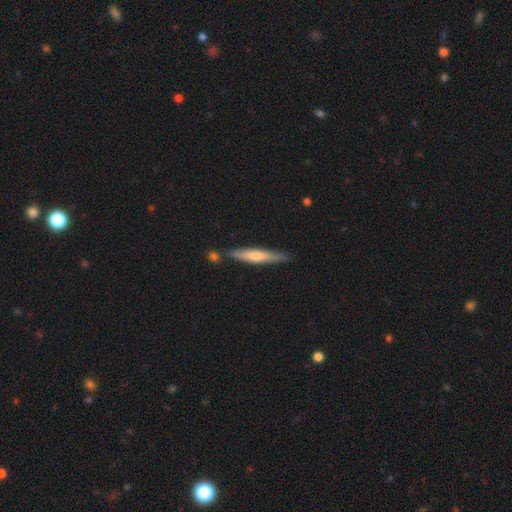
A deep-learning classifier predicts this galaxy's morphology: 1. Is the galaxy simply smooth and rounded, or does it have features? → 48% smooth, 45% featured or disk, 6% star or artifact.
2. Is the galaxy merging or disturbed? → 81% none, 11% minor disturbance, 6% merger, 2% major disturbance.